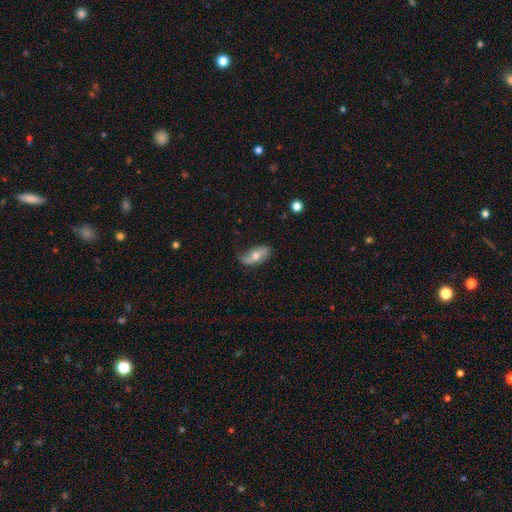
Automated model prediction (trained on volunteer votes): This is possibly a featured or disk galaxy (48%). Merging: likely none (64%).